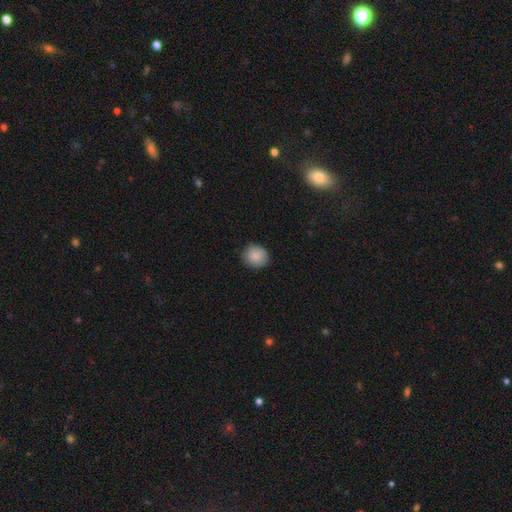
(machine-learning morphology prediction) Overall: smooth (88%). How rounded: round (84%). Merging: none (85%).